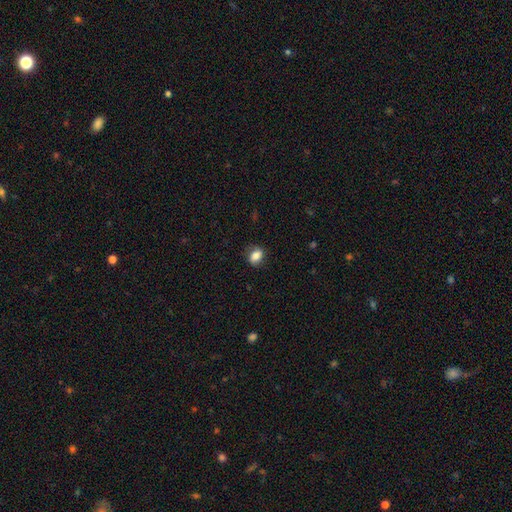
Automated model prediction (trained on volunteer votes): Smooth or featured: smooth — 83% (featured or disk — 9%)
How rounded: in between — 68% (round — 31%)
Merging: none — 81% (minor disturbance — 15%)